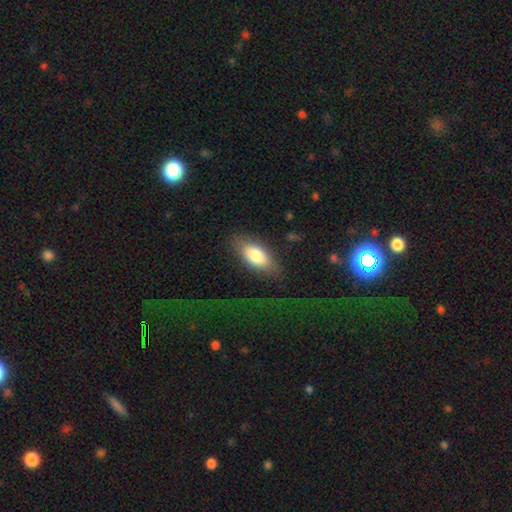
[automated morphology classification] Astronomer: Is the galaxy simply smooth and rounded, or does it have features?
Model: smooth — 77%.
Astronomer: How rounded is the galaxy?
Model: in between — 88%.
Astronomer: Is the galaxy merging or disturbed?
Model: none — 72%.